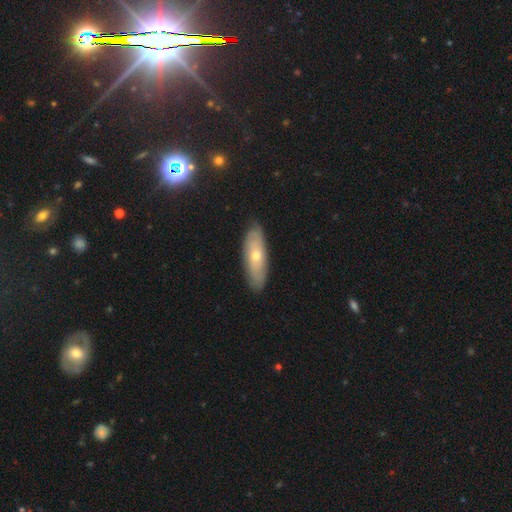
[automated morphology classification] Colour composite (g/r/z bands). It shows a smooth galaxy with no disk features (50%). Merging: none (85%).